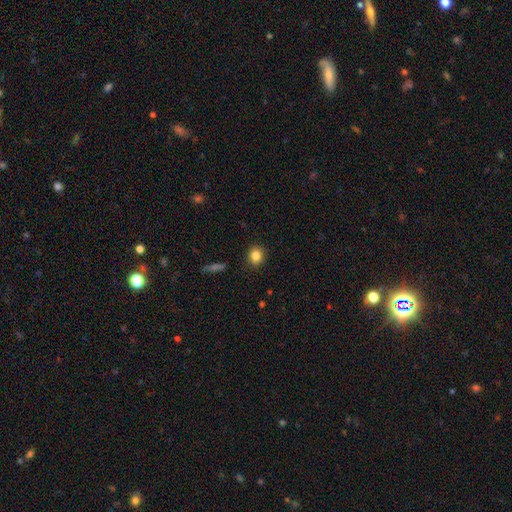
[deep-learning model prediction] smooth_or_featured: smooth (p=0.84) [alt: star or artifact p=0.11]
how_rounded: round (p=0.75) [alt: in between p=0.23]
merging: none (p=0.90) [alt: minor disturbance p=0.07]